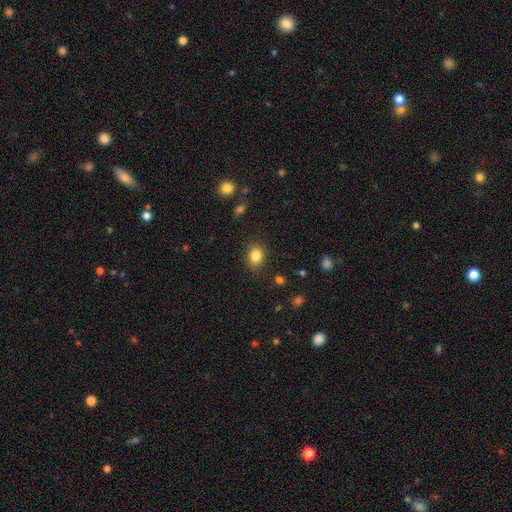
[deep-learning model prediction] Morphology: type=smooth (84%); roundness=in between (50%); merging=none (85%).